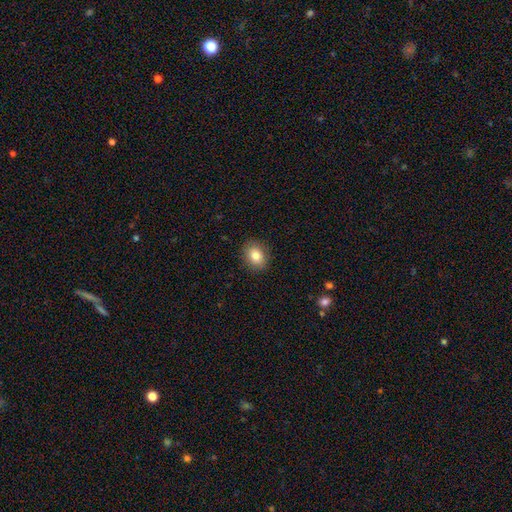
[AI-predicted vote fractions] smooth 82%, star or artifact 9%, featured or disk 9%. Down the decision tree: how rounded — in between (50%); merging — none (88%).